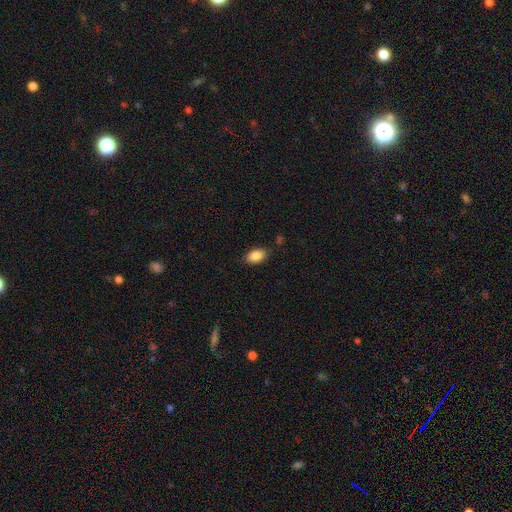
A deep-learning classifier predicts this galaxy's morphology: smooth 87%, star or artifact 7%, featured or disk 5%. Down the decision tree: how rounded — in between (91%); merging — none (83%).